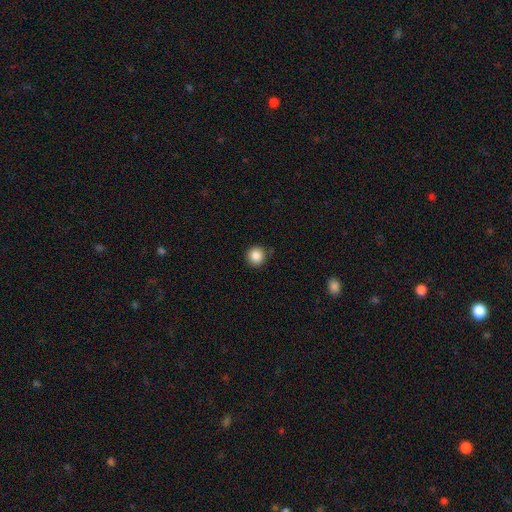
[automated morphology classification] A smooth galaxy with no disk features (87%) that is round (94%). Merging: none (87%).